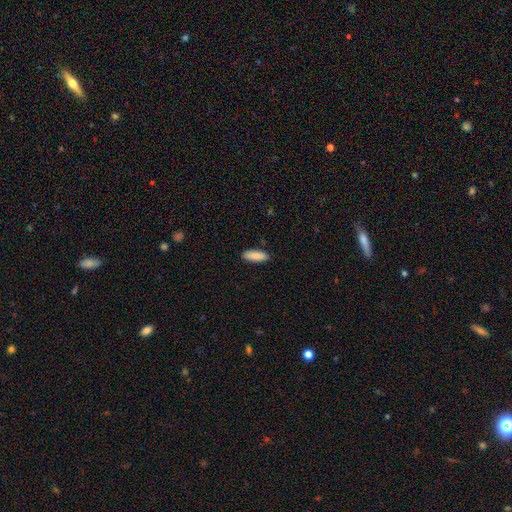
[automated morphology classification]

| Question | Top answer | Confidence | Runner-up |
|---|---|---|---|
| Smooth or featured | smooth | 89% | star or artifact (6%) |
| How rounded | in between | 63% | cigar-shaped (35%) |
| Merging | none | 89% | minor disturbance (9%) |